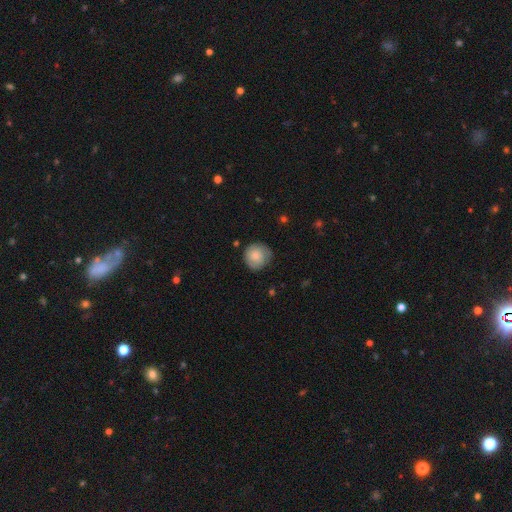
This appears to be a smooth galaxy with no disk features (78%) that is round (84%). Merging: none (68%).